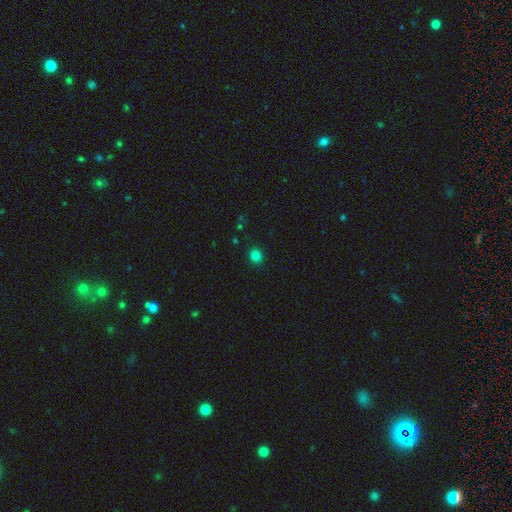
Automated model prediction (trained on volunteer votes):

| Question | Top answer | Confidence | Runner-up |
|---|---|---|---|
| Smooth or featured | smooth | 82% | star or artifact (14%) |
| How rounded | round | 75% | in between (24%) |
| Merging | none | 90% | minor disturbance (7%) |